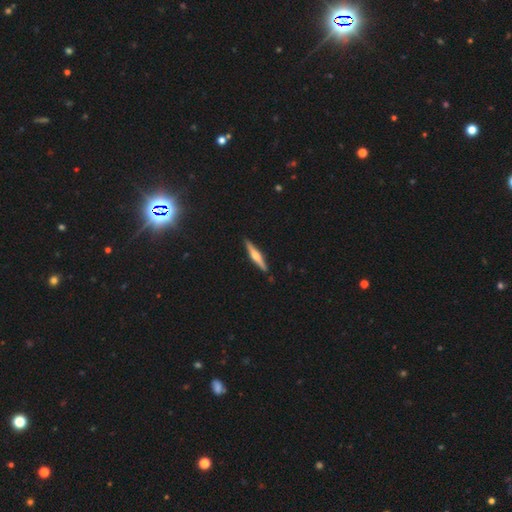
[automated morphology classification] type=featured or disk (68%); edge-on=yes (98%); edge-on bulge=rounded (87%); merging=none (90%).